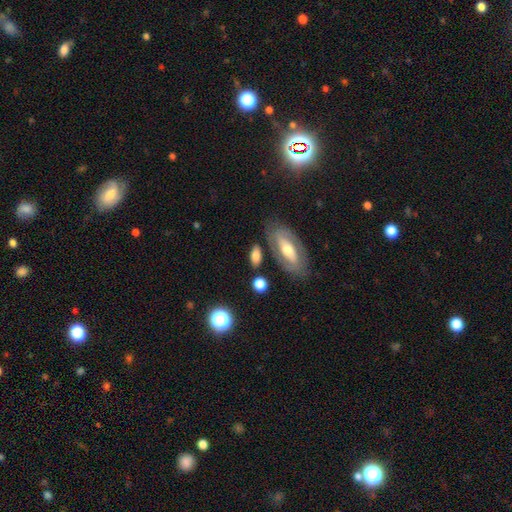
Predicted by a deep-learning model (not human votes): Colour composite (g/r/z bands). It shows a smooth galaxy with no disk features (65%) that is in between round and cigar-shaped (74%). Merging: none (73%).